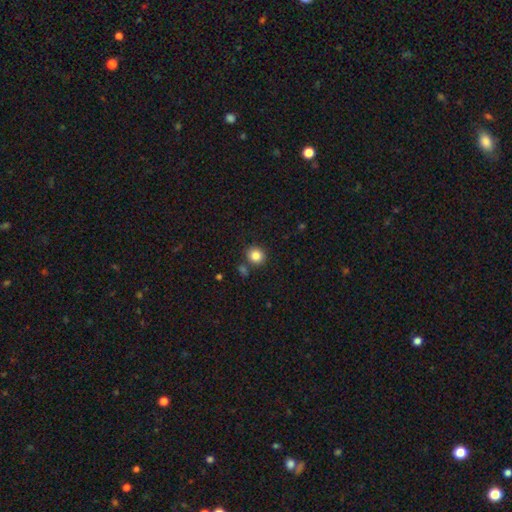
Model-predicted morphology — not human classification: This is clearly a smooth galaxy (85%). How rounded: clearly round (83%). Merging: likely none (79%).